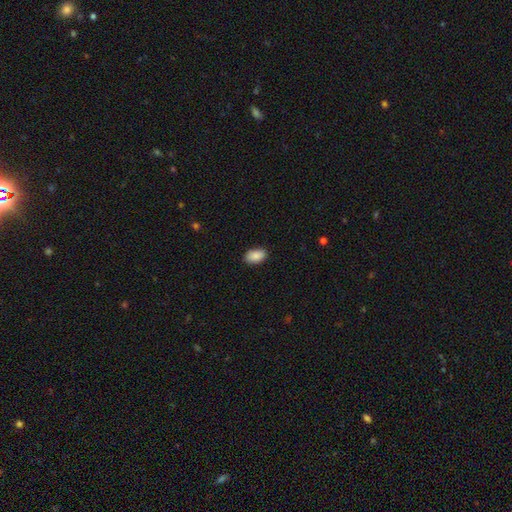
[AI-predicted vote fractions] A smooth galaxy with no disk features (89%) that is in between round and cigar-shaped (93%).

Vote fractions:
- Smooth or featured? smooth: 89% / star or artifact: 7% / featured or disk: 4%
- How rounded? in between: 93% / round: 6% / cigar-shaped: 2%
- Merging? none: 86% / minor disturbance: 10% / major disturbance: 2% / merger: 1%